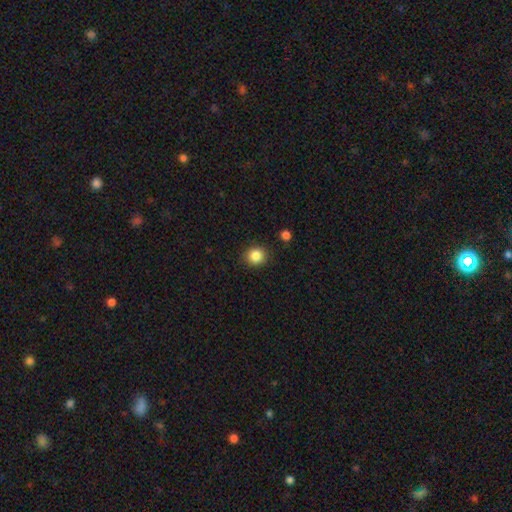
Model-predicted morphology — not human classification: A smooth galaxy with no disk features (86%) that is round (86%).

Vote fractions:
- Smooth or featured? smooth: 86% / star or artifact: 10% / featured or disk: 4%
- How rounded? round: 86% / in between: 13% / cigar-shaped: 1%
- Merging? none: 89% / minor disturbance: 7% / major disturbance: 2% / merger: 2%